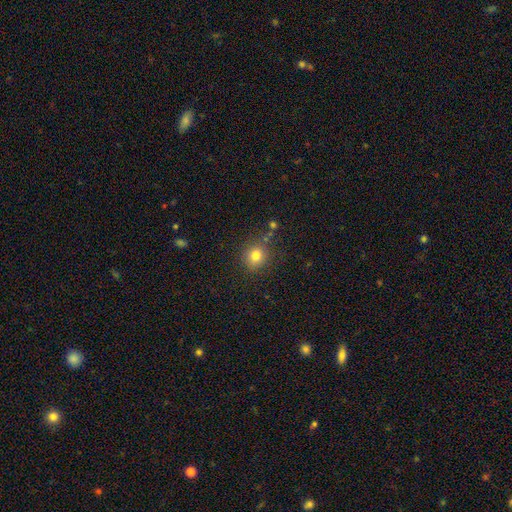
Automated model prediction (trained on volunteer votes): A smooth galaxy with no disk features (80%) that is round (83%). Merging: none (80%).